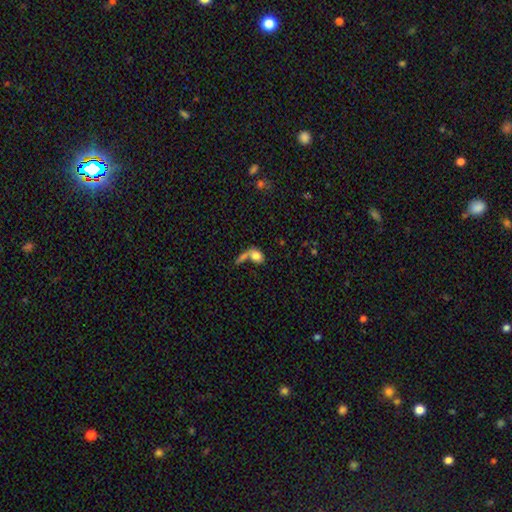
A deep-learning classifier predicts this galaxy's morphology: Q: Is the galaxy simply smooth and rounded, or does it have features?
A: smooth — 76%.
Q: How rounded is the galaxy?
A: in between — 72%.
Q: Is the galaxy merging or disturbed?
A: merger — 47%.